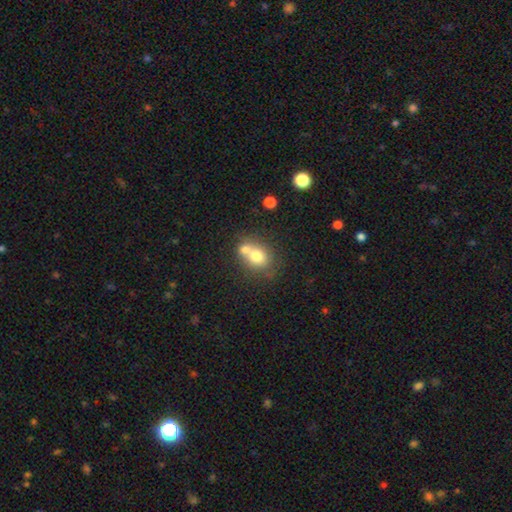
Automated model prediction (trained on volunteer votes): Smooth or featured: smooth — 71% (featured or disk — 19%)
How rounded: round — 57% (in between — 42%)
Merging: merger — 54% (none — 33%)